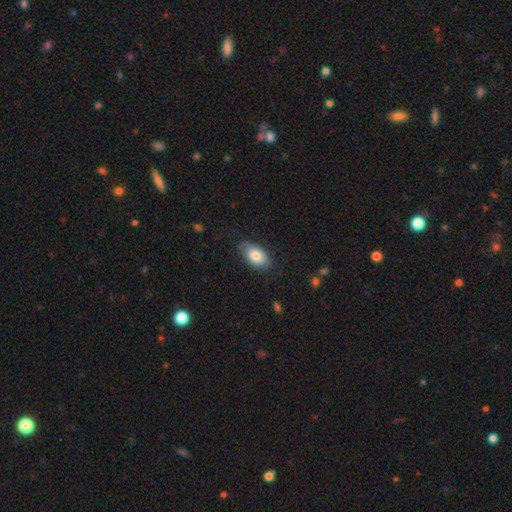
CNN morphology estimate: Smooth or featured? smooth (80%)
How rounded? in between (93%)
Merging? none (78%)